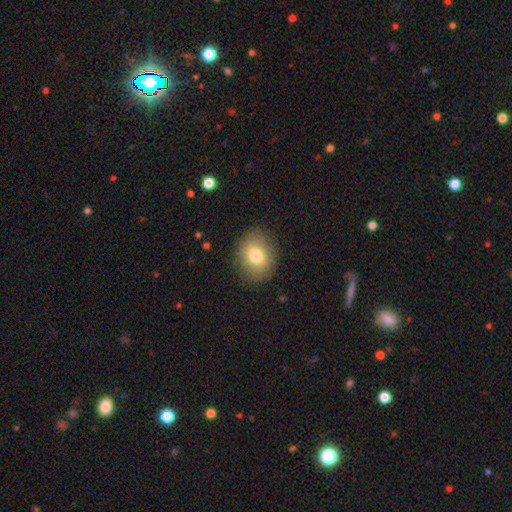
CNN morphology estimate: type=smooth (76%); roundness=round (54%); merging=none (85%).